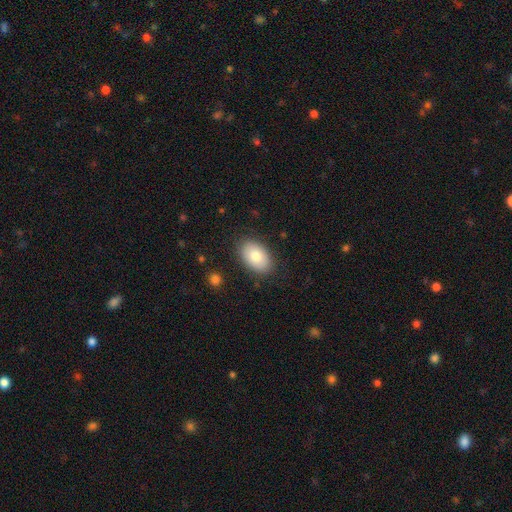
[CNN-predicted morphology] Smooth or featured: smooth — 81% (featured or disk — 12%)
How rounded: in between — 91% (round — 8%)
Merging: none — 86% (minor disturbance — 10%)